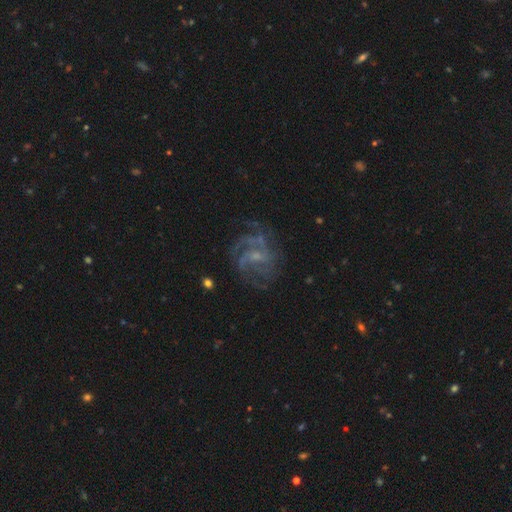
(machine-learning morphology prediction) smooth-or-featured: featured or disk: 84% | star or artifact: 8% | smooth: 8%
  disk-edge-on: no: 98% | yes: 2%
    bar: weak: 48% | no: 42% | strong: 10%
    has-spiral-arms: yes: 93% | no: 7%
      spiral-winding: medium: 48% | tight: 34% | loose: 17%
      spiral-arm-count: 3: 31% | can't tell: 24% | 2: 17% | 4: 16% | 1: 6% | more than 4: 6%
    bulge-size: small: 58% | moderate: 25% | none: 15% | large: 2% | dominant: 1%
  merging: none: 65% | minor disturbance: 17% | major disturbance: 16% | merger: 2%